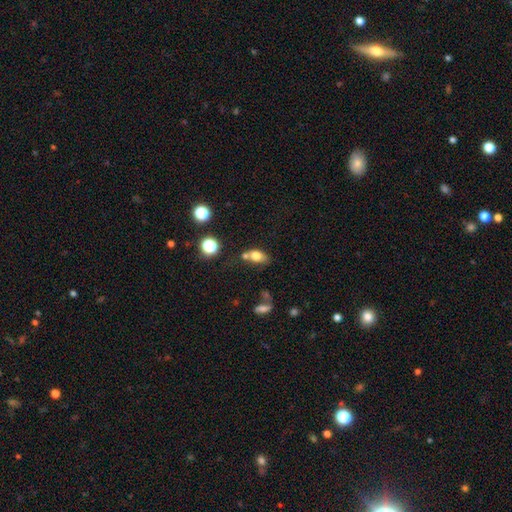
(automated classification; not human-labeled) This is likely a smooth galaxy (74%). How rounded: likely in between (76%). Merging: possibly none (45%).